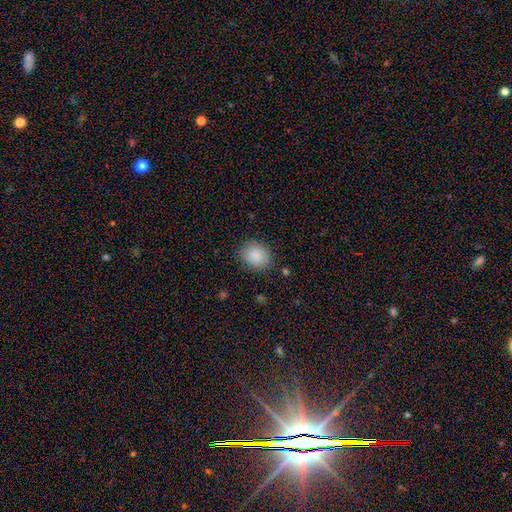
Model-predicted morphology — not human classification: This appears to be a smooth galaxy with no disk features (88%) that is round (64%). Merging: none (84%).